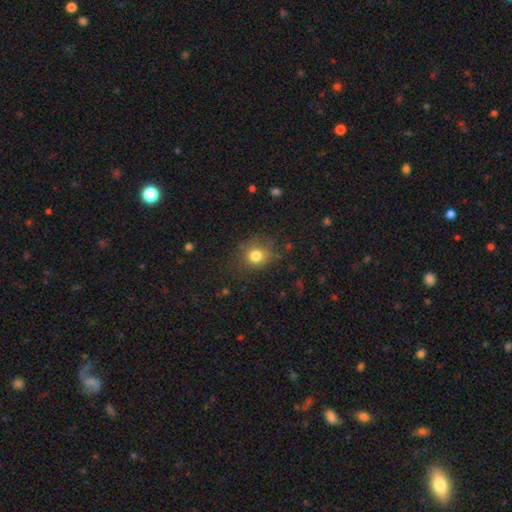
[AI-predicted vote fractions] smooth-or-featured: smooth: 78% | star or artifact: 14% | featured or disk: 8%
  how-rounded: round: 81% | in between: 18% | cigar-shaped: 1%
  merging: none: 75% | minor disturbance: 16% | major disturbance: 7% | merger: 2%